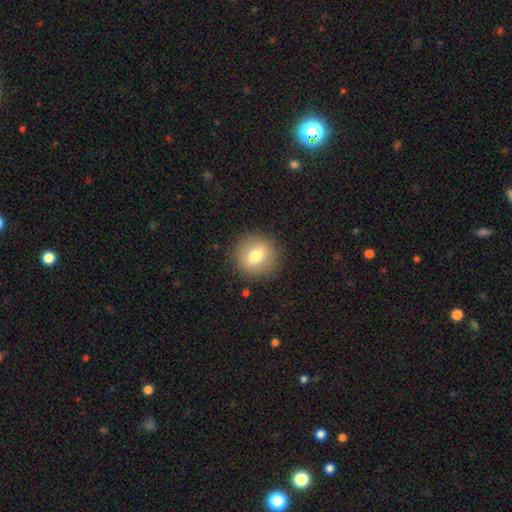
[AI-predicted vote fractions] smooth-or-featured: smooth: 73% | featured or disk: 18% | star or artifact: 9%
  how-rounded: round: 89% | in between: 10% | cigar-shaped: 1%
  merging: none: 89% | minor disturbance: 7% | major disturbance: 3% | merger: 1%